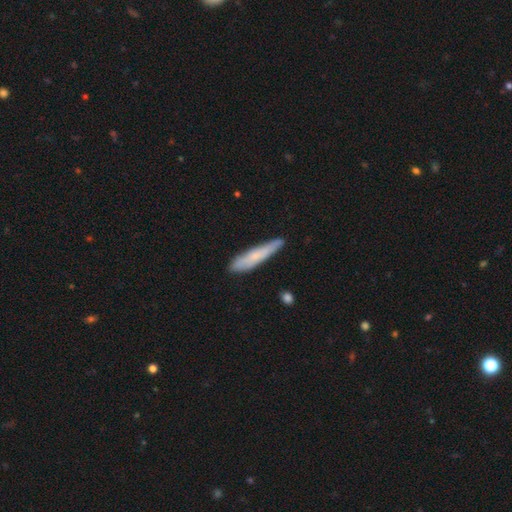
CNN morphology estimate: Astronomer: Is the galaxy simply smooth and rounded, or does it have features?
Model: smooth — 66%.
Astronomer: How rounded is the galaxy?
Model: cigar-shaped — 90%.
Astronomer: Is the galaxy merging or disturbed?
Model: none — 78%.